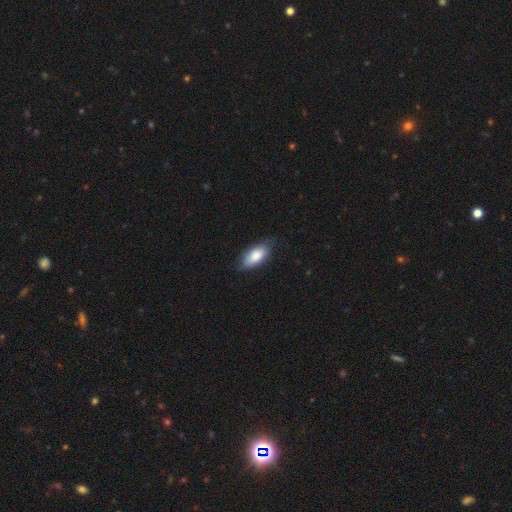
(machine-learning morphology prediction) smooth-or-featured: smooth: 80% | featured or disk: 14% | star or artifact: 6%
  how-rounded: in between: 90% | cigar-shaped: 8% | round: 3%
  merging: none: 72% | minor disturbance: 23% | major disturbance: 5% | merger: 1%